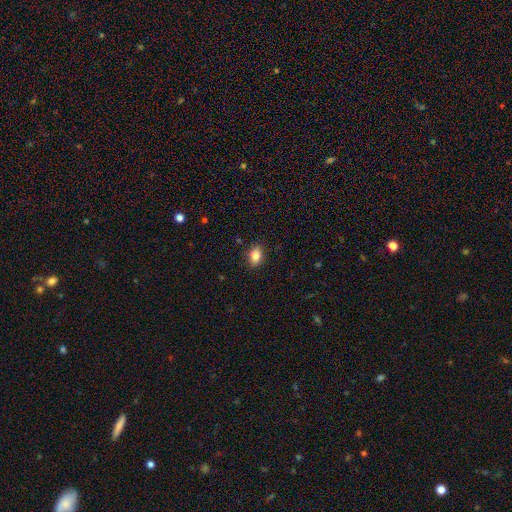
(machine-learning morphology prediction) Smooth or featured? smooth (83%)
How rounded? in between (80%)
Merging? none (87%)